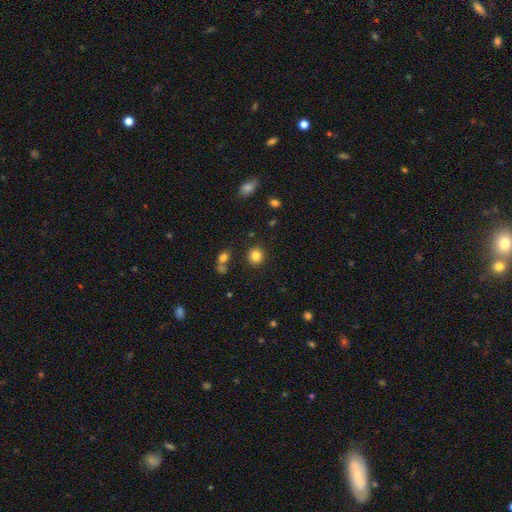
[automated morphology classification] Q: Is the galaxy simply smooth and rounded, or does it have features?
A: smooth — 84%.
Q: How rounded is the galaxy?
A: round — 86%.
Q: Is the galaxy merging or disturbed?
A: none — 86%.